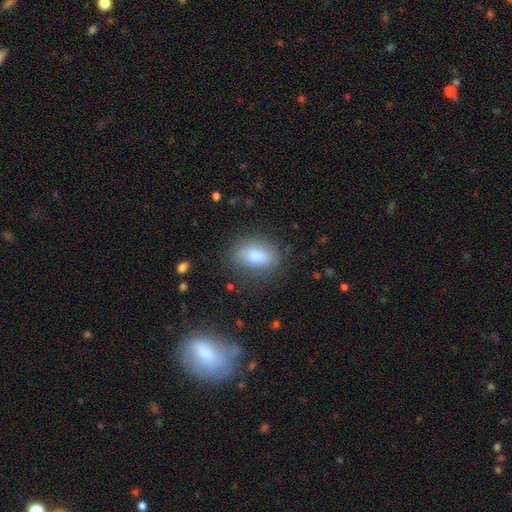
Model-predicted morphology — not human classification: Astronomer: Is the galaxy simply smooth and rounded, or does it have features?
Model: smooth — 83%.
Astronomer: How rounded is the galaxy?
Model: in between — 86%.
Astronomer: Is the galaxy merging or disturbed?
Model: none — 77%.